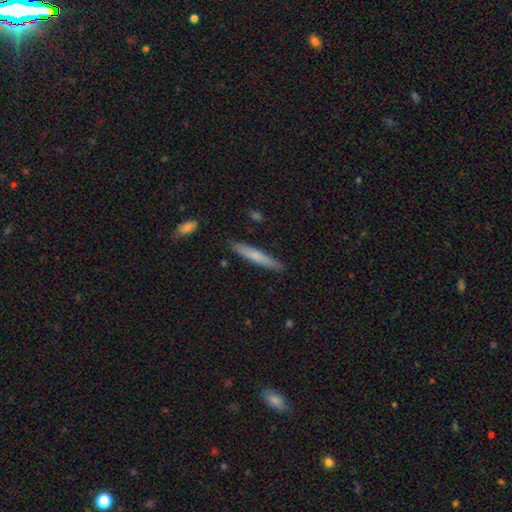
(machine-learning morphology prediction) smooth_or_featured: smooth (p=0.64) [alt: featured or disk p=0.30]
how_rounded: cigar-shaped (p=0.94) [alt: in between p=0.05]
merging: none (p=0.88) [alt: minor disturbance p=0.09]